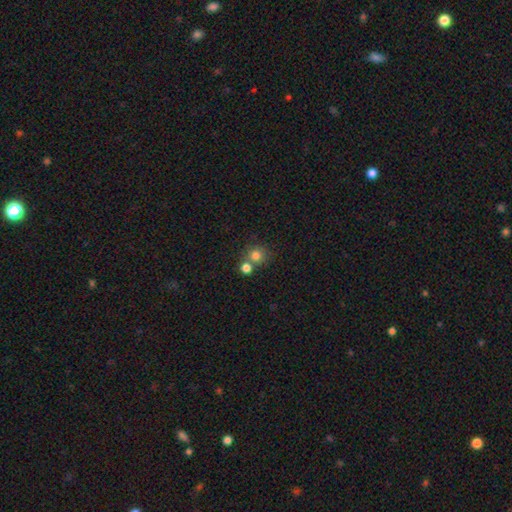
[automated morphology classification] This is likely a smooth galaxy (79%). How rounded: clearly round (88%). Merging: possibly none (56%).